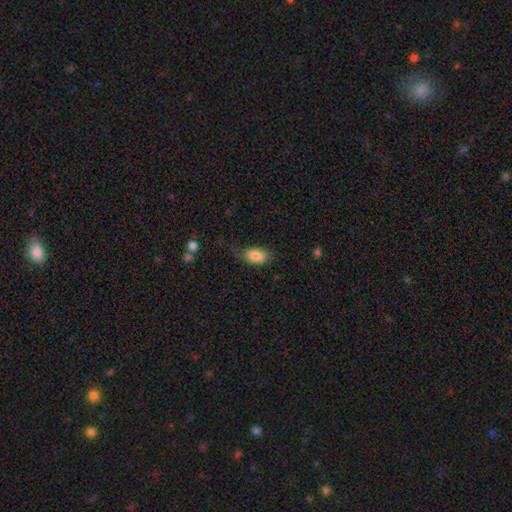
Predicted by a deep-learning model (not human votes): Overall: smooth (84%). How rounded: in between (91%). Merging: none (53%; minor disturbance 30%).